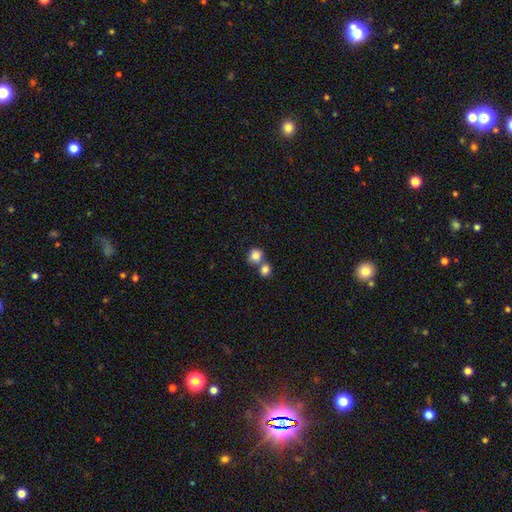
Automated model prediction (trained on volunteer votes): Q: Smooth or featured?
A: smooth (83%); runner-up: star or artifact (10%)
Q: How rounded?
A: round (81%); runner-up: in between (18%)
Q: Merging?
A: merger (46%); runner-up: none (44%)